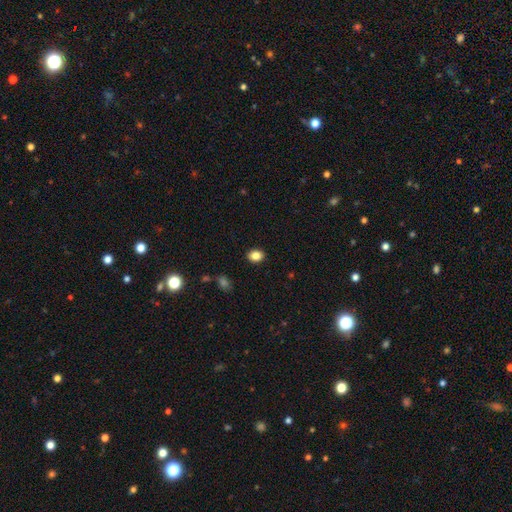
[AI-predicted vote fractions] smooth_or_featured: smooth (p=0.84) [alt: star or artifact p=0.10]
how_rounded: in between (p=0.56) [alt: round p=0.43]
merging: none (p=0.89) [alt: minor disturbance p=0.08]